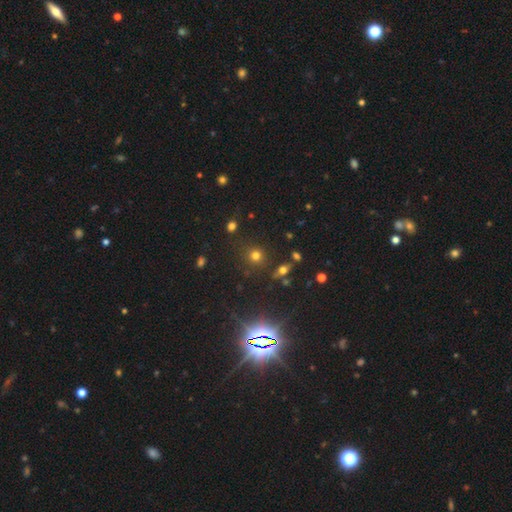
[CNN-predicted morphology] smooth-or-featured: smooth: 66% | star or artifact: 25% | featured or disk: 9%
  how-rounded: round: 88% | in between: 11% | cigar-shaped: 1%
  merging: none: 83% | minor disturbance: 9% | merger: 5% | major disturbance: 4%